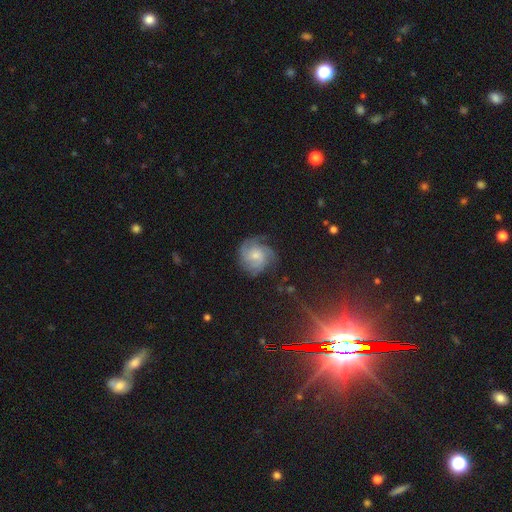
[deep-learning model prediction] This is likely a featured or disk galaxy (71%). It is clearly not viewed edge-on (98%). Bar: likely no (71%). Spiral arm pattern: clearly yes (94%). Spiral arm count: marginally 3 (33%). Spiral winding: possibly tight (51%). Central bulge: possibly small (49%). Merging: likely none (68%).